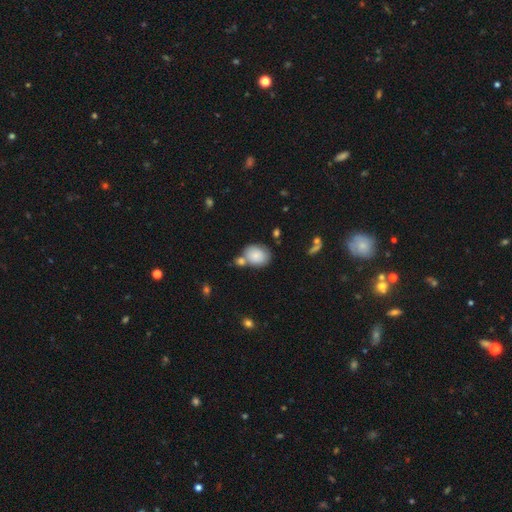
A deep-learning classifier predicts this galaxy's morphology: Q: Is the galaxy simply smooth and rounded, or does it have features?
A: smooth — 82%.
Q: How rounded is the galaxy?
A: in between — 51%.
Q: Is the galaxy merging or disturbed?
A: none — 54%.